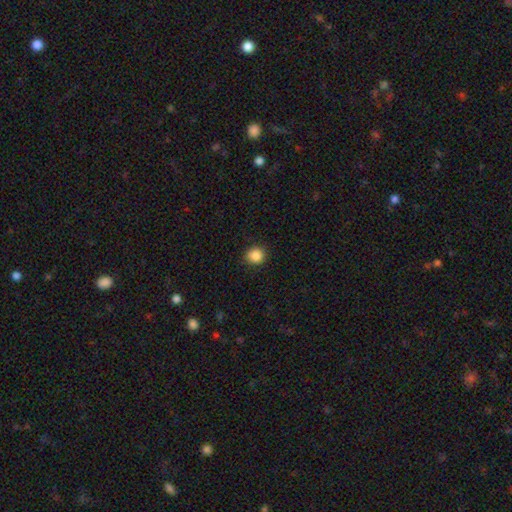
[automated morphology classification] The model was most divided on "how rounded": round: 88%, in between: 12%, cigar-shaped: 1%. More confident: merging — none (87%); smooth or featured — smooth (86%).